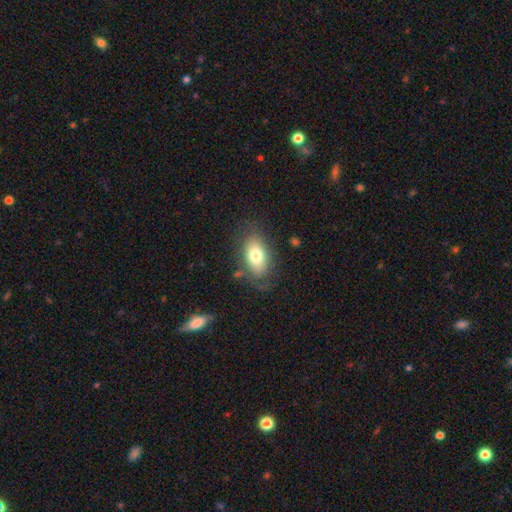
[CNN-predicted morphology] A smooth galaxy with no disk features (74%) that is in between round and cigar-shaped (90%). Merging: none (74%).